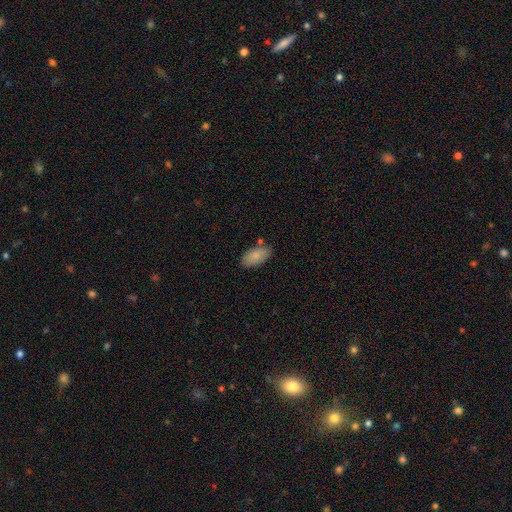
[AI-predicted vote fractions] This is clearly a smooth galaxy (85%). How rounded: clearly in between (95%). Merging: likely none (76%).